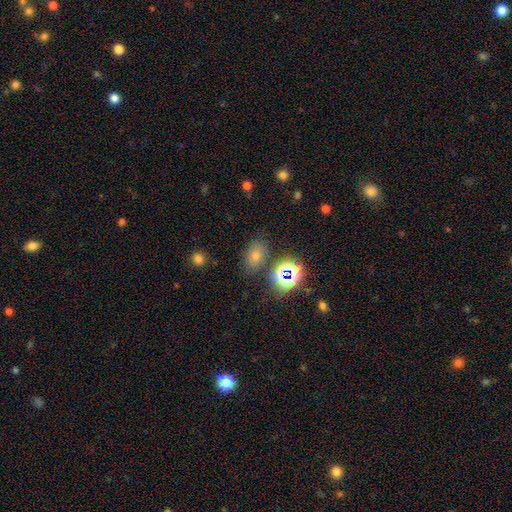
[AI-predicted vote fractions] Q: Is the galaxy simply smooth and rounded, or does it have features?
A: smooth — 50%.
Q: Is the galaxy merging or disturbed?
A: none — 81%.